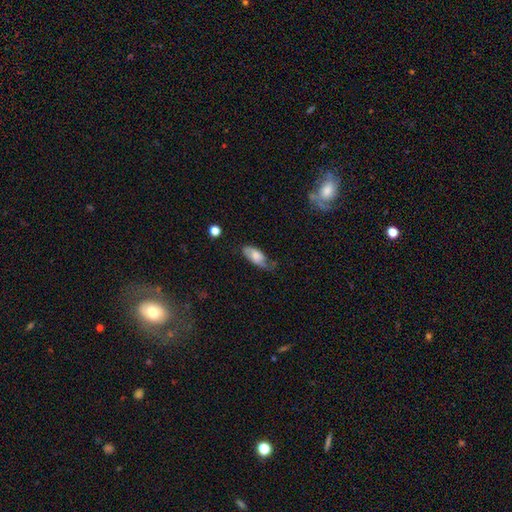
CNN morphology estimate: Smooth or featured? Predicted: smooth (p=0.65). How rounded? Predicted: in between (p=0.83). Merging? Predicted: none (p=0.50).